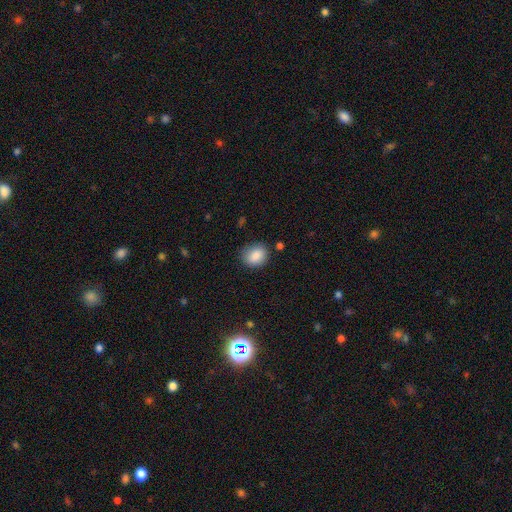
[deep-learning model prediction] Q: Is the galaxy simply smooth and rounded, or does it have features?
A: smooth — 87%.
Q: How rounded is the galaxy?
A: round — 57%.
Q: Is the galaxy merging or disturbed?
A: none — 78%.